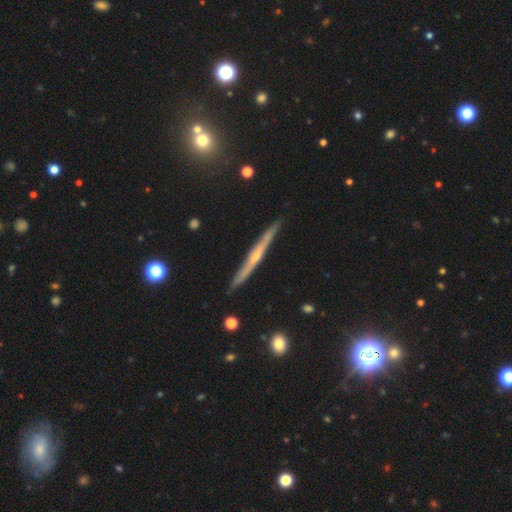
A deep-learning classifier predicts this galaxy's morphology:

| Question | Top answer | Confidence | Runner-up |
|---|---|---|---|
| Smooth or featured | featured or disk | 78% | smooth (15%) |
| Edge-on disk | yes | 98% | no (2%) |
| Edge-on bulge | rounded | 67% | none (28%) |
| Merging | none | 89% | minor disturbance (9%) |